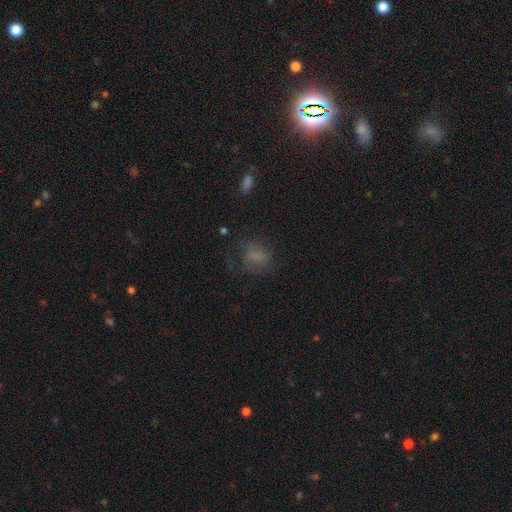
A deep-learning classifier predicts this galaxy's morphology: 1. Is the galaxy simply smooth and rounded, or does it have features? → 61% smooth, 20% star or artifact, 19% featured or disk.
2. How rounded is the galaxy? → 57% in between, 40% round, 2% cigar-shaped.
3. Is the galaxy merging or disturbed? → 53% none, 23% major disturbance, 21% minor disturbance, 2% merger.